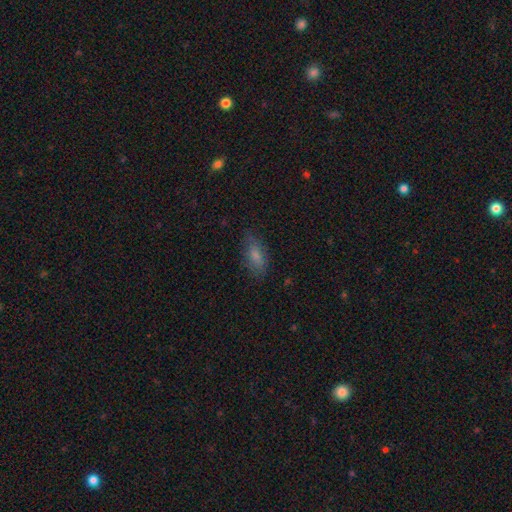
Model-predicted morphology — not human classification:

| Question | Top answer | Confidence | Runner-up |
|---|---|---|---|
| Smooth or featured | smooth | 75% | featured or disk (15%) |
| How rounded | in between | 80% | cigar-shaped (15%) |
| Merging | none | 76% | minor disturbance (18%) |